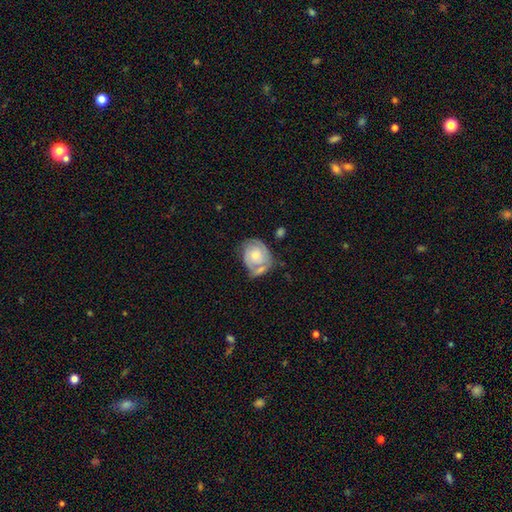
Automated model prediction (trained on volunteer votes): This is likely a featured or disk galaxy (64%). It is clearly not viewed edge-on (97%). Bar: likely no (79%). Spiral arm pattern: clearly yes (82%). Spiral arm count: possibly 2 (57%). Spiral winding: likely tight (66%). Central bulge: marginally moderate (44%). Merging: possibly none (45%).